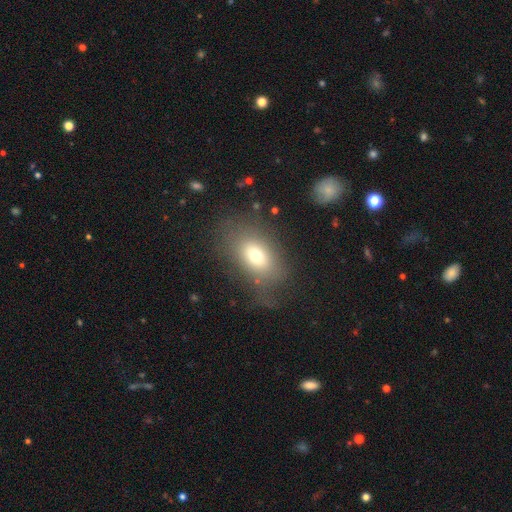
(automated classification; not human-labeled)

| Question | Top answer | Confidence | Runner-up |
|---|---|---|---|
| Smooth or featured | smooth | 69% | featured or disk (19%) |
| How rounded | in between | 83% | round (15%) |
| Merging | none | 65% | minor disturbance (18%) |